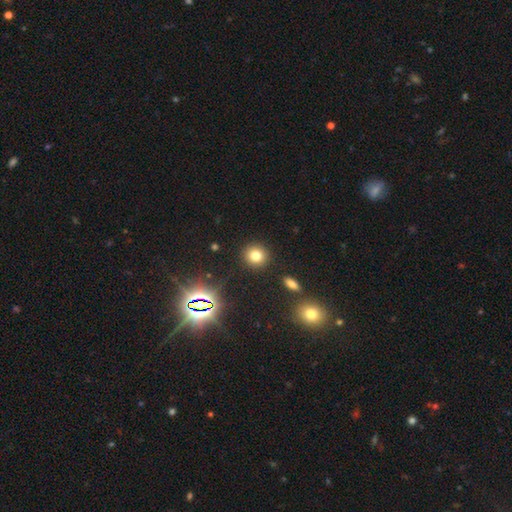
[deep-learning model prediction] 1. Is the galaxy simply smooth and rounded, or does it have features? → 76% smooth, 17% star or artifact, 7% featured or disk.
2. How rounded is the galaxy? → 89% round, 10% in between, 1% cigar-shaped.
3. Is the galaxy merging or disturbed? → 90% none, 6% minor disturbance, 2% major disturbance, 2% merger.